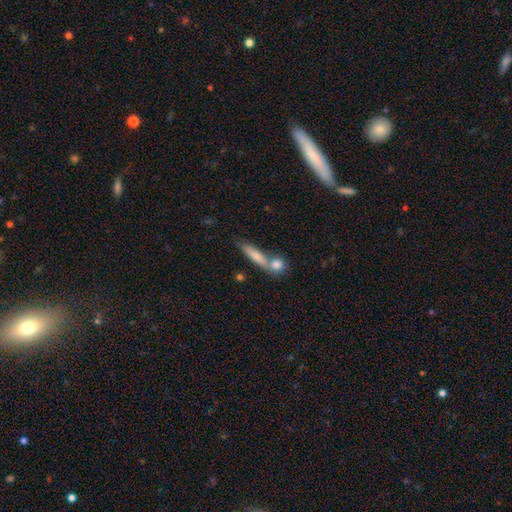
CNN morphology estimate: Smooth or featured: smooth — 73% (featured or disk — 20%)
How rounded: cigar-shaped — 76% (in between — 19%)
Merging: none — 53% (merger — 33%)